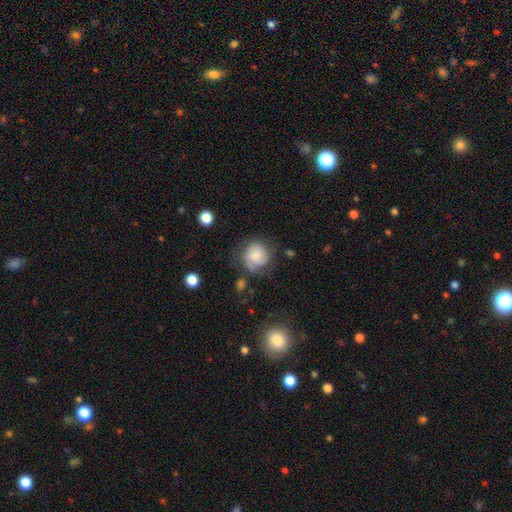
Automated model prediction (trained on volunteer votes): smooth-or-featured: smooth: 55% | featured or disk: 37% | star or artifact: 9%
  how-rounded: round: 82% | in between: 17% | cigar-shaped: 1%
  merging: none: 56% | minor disturbance: 26% | major disturbance: 15% | merger: 3%